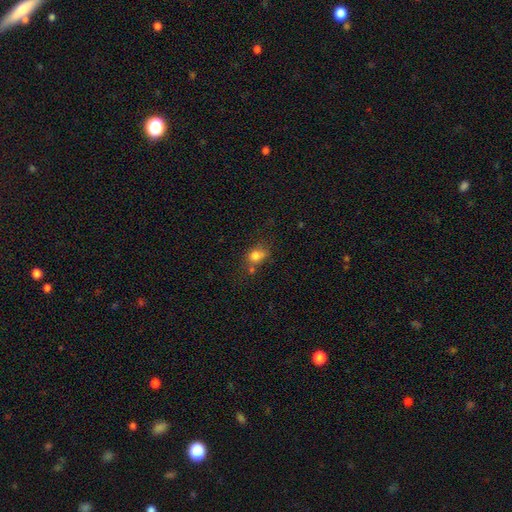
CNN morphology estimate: A smooth galaxy with no disk features (77%) that is round (56%). Merging: none (44%).